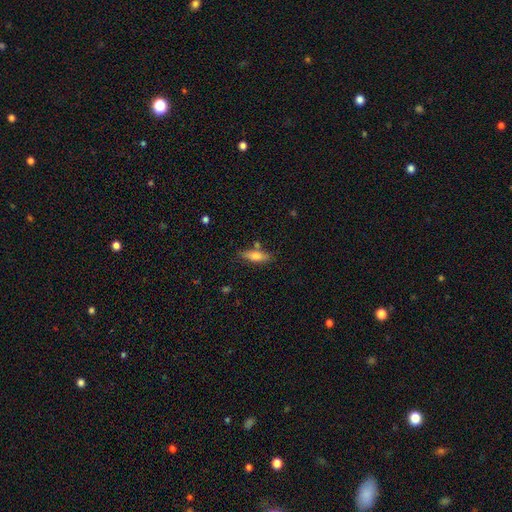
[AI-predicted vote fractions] Morphology: type=smooth (70%); roundness=cigar-shaped (49%, tied with in between); merging=none (75%).